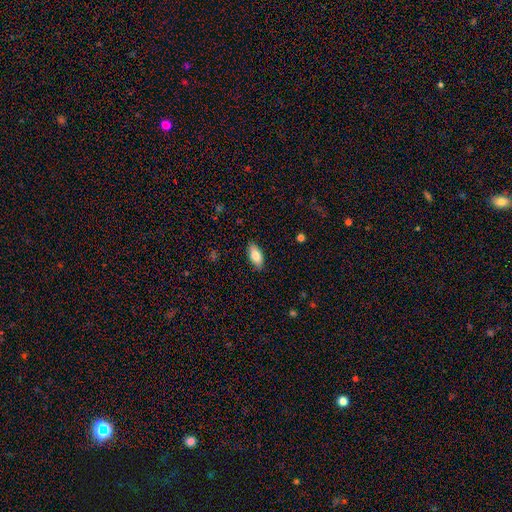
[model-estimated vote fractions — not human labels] Smooth or featured? smooth (81%)
How rounded? in between (89%)
Merging? none (88%)